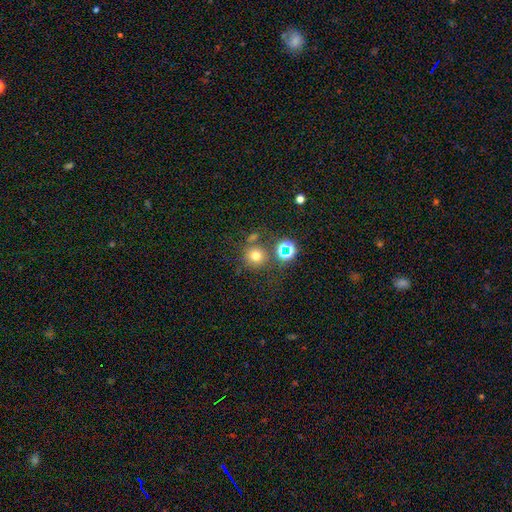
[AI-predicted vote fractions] Smooth or featured? smooth (68%)
How rounded? round (91%)
Merging? none (71%)